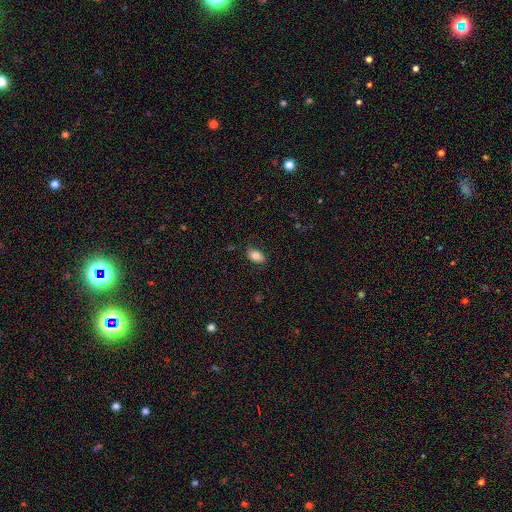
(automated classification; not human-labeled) Overall: smooth (83%). How rounded: in between (92%). Merging: none (82%).